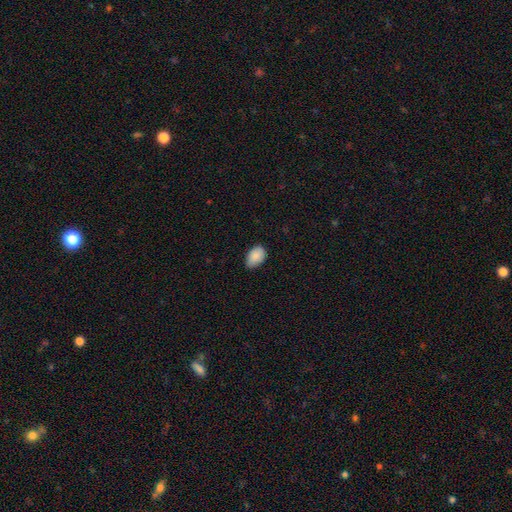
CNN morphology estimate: smooth 88%, star or artifact 7%, featured or disk 5%. Down the decision tree: how rounded — in between (89%); merging — none (73%).